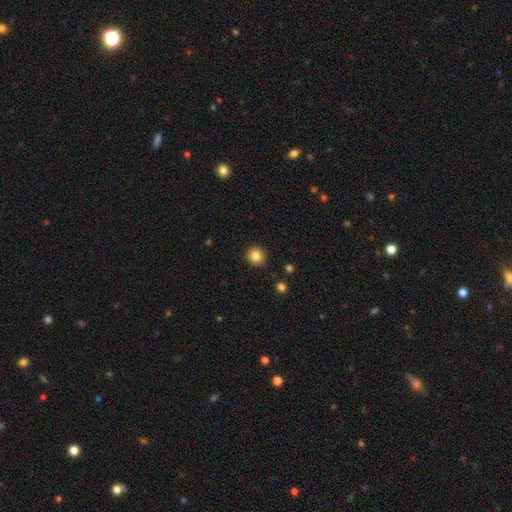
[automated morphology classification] Smooth or featured? smooth (84%)
How rounded? round (91%)
Merging? none (90%)